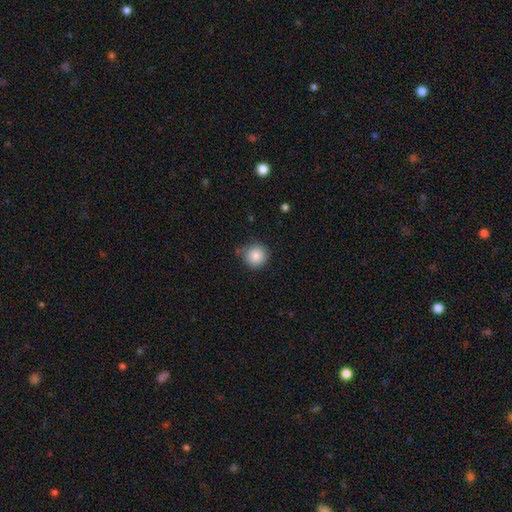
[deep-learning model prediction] Smooth or featured? Predicted: smooth (p=0.86). How rounded? Predicted: round (p=0.94). Merging? Predicted: none (p=0.76).